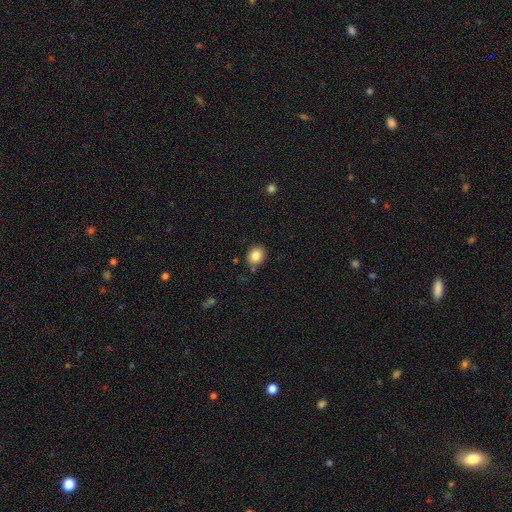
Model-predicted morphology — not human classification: A smooth galaxy with no disk features (83%) that is round (66%). Merging: none (82%).